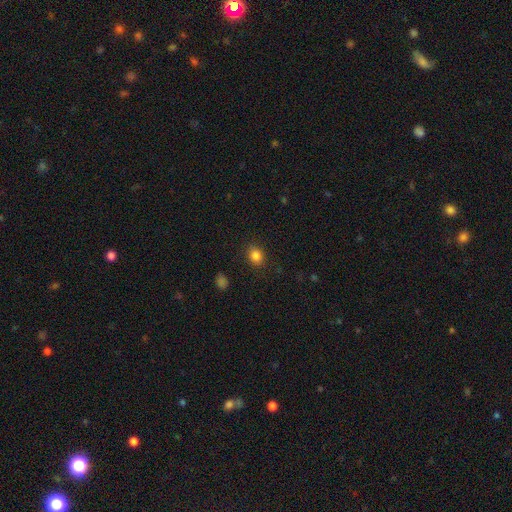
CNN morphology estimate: Smooth or featured? smooth (84%)
How rounded? round (51%)
Merging? none (88%)